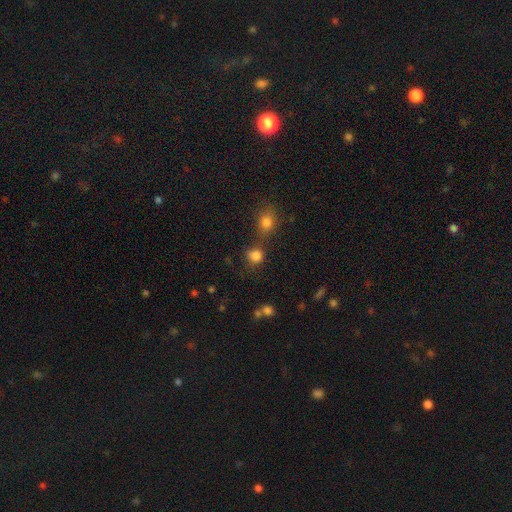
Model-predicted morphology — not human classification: A smooth galaxy with no disk features (82%) that is round (79%).

Vote fractions:
- Smooth or featured? smooth: 82% / star or artifact: 13% / featured or disk: 5%
- How rounded? round: 79% / in between: 20% / cigar-shaped: 1%
- Merging? none: 60% / merger: 21% / minor disturbance: 13% / major disturbance: 6%